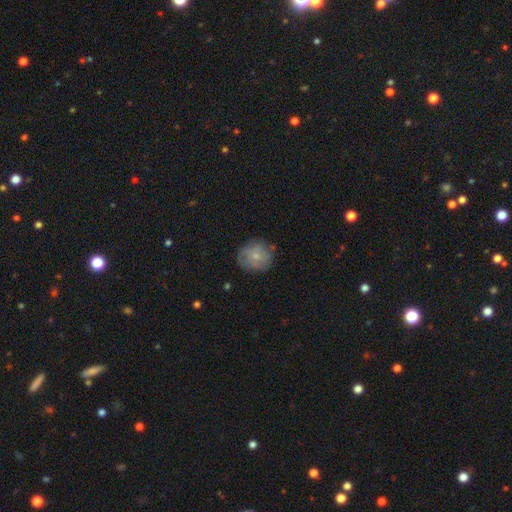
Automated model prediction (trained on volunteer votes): Smooth or featured? Predicted: smooth (p=0.63). How rounded? Predicted: round (p=0.86). Merging? Predicted: none (p=0.76).